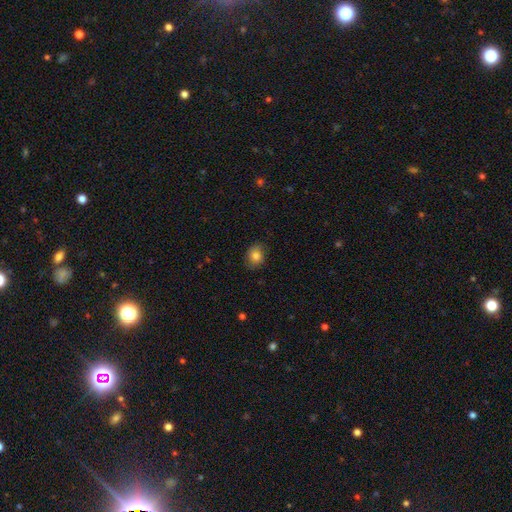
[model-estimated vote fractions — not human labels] This is clearly a smooth galaxy (81%). How rounded: possibly round (55%). Merging: clearly none (82%).